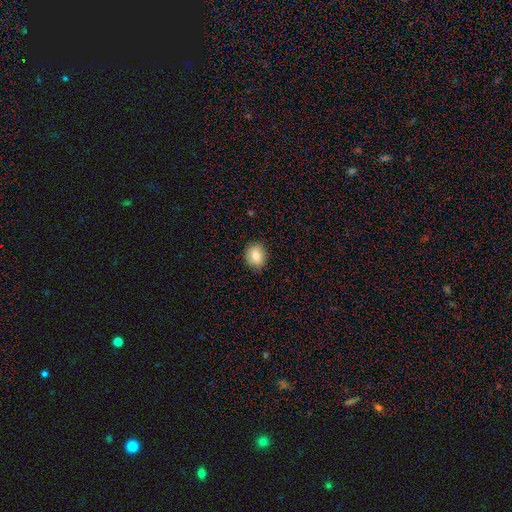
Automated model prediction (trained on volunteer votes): smooth_or_featured: smooth (p=0.84) [alt: star or artifact p=0.09]
how_rounded: round (p=0.59) [alt: in between p=0.40]
merging: none (p=0.87) [alt: minor disturbance p=0.10]